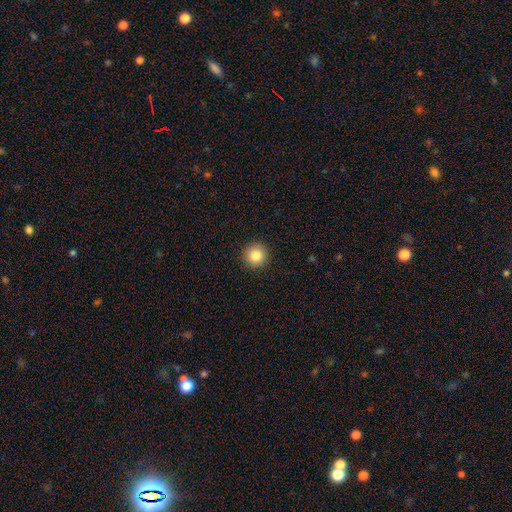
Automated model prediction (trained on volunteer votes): Smooth or featured? Predicted: smooth (p=0.84). How rounded? Predicted: round (p=0.95). Merging? Predicted: none (p=0.92).